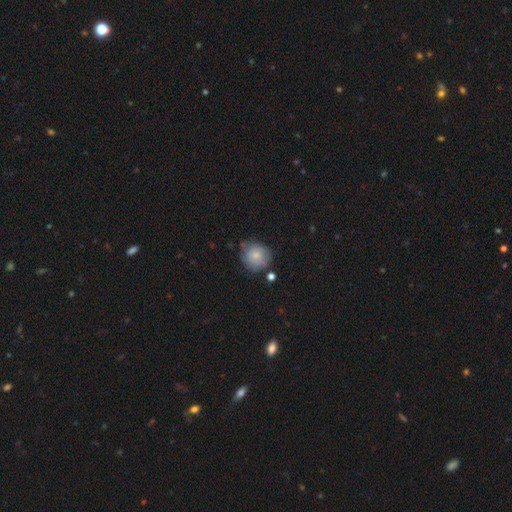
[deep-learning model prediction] Overall: smooth (75%). How rounded: round (84%). Merging: none (63%; minor disturbance 24%).